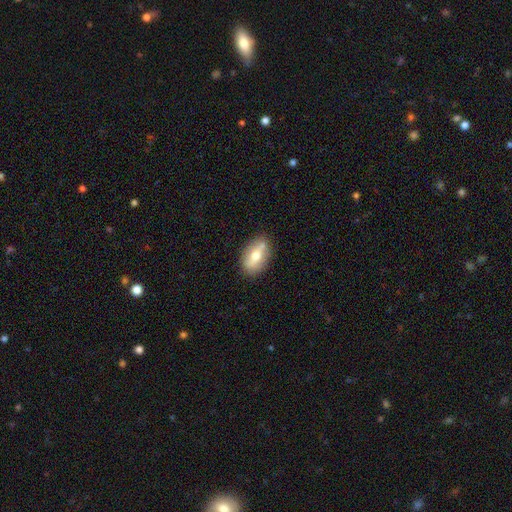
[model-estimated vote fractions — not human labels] smooth-or-featured: smooth: 55% | featured or disk: 37% | star or artifact: 7%
  how-rounded: in between: 87% | round: 8% | cigar-shaped: 5%
  merging: none: 76% | minor disturbance: 14% | merger: 8% | major disturbance: 3%